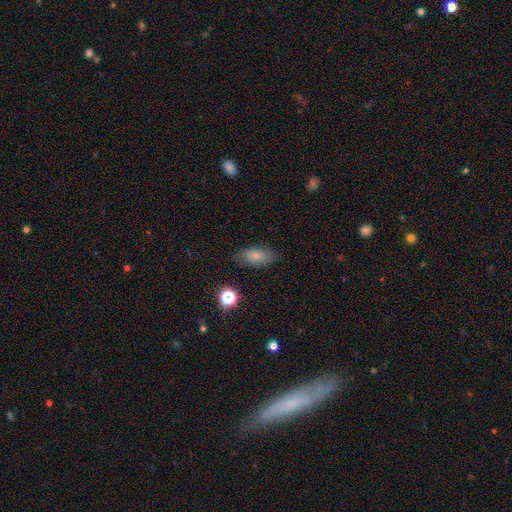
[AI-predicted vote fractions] The model was most divided on "smooth or featured": smooth: 73%, featured or disk: 16%, star or artifact: 10%. More confident: how rounded — in between (89%); merging — none (78%).